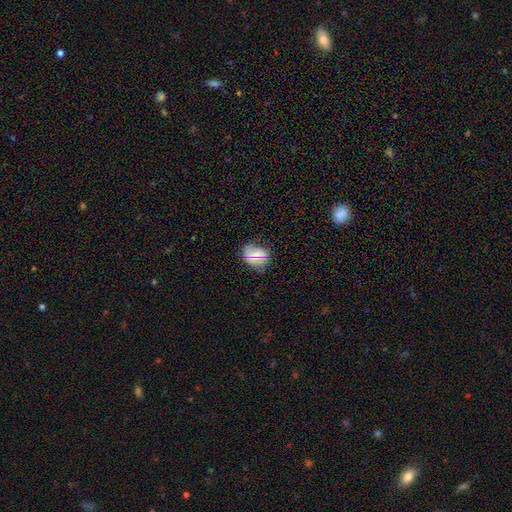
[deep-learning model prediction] smooth_or_featured: smooth (p=0.62) [alt: star or artifact p=0.24]
how_rounded: round (p=0.61) [alt: in between p=0.37]
merging: none (p=0.80) [alt: minor disturbance p=0.15]